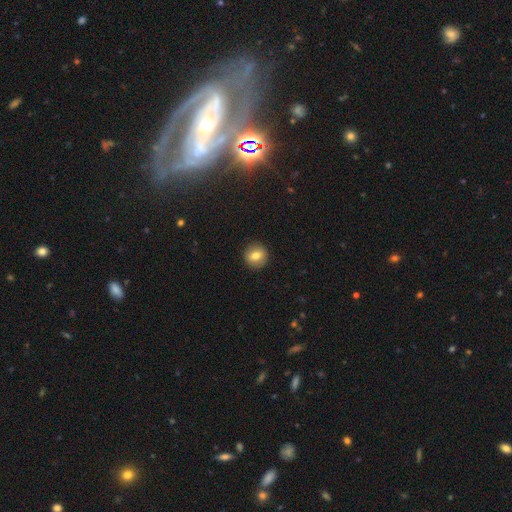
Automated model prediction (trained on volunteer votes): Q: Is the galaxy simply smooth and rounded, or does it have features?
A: smooth — 73%.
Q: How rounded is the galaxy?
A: round — 90%.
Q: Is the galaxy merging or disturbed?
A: none — 91%.